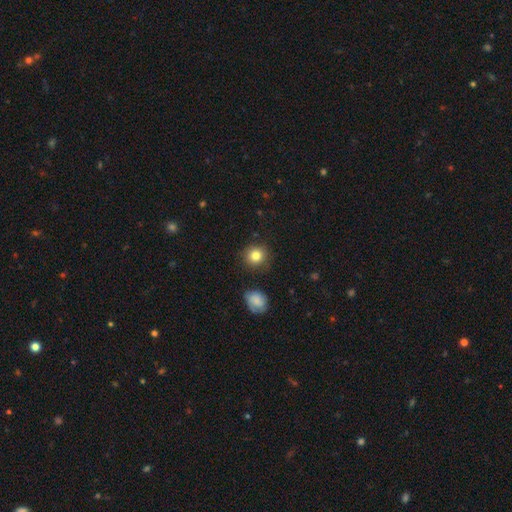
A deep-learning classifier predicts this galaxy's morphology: A smooth galaxy with no disk features (82%) that is round (88%). Merging: none (84%).